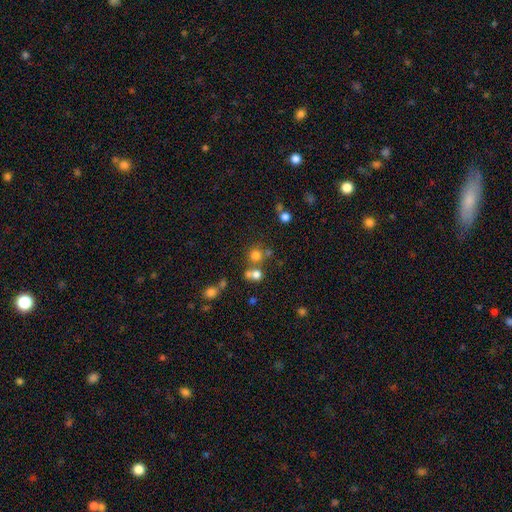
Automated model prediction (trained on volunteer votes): Morphology: type=smooth (71%); roundness=round (88%); merging=none (59%).